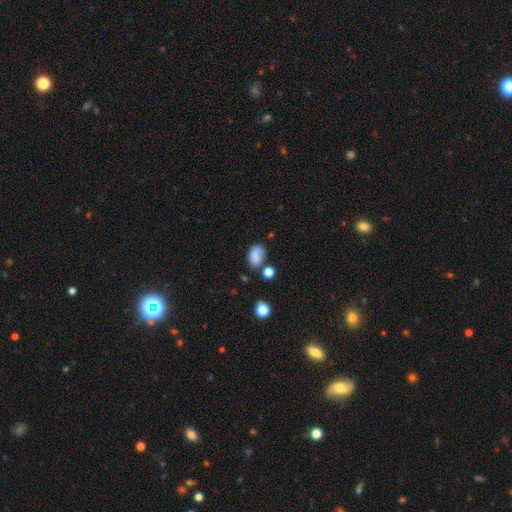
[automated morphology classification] This appears to be a smooth galaxy with no disk features (78%) that is in between round and cigar-shaped (81%). Merging: none (58%).